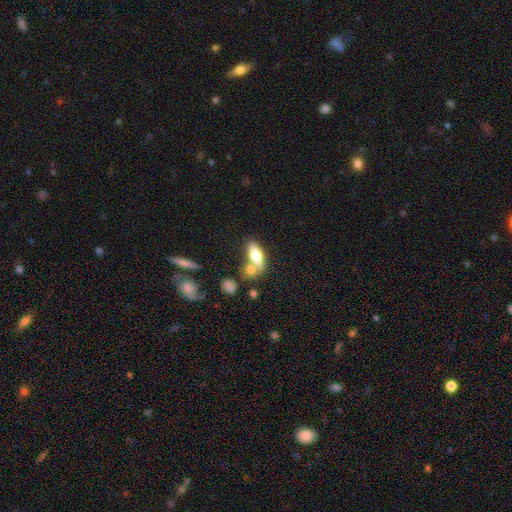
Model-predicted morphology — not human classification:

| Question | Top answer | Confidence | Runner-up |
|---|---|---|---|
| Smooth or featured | smooth | 65% | featured or disk (28%) |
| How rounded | in between | 72% | cigar-shaped (23%) |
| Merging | none | 45% | merger (36%) |